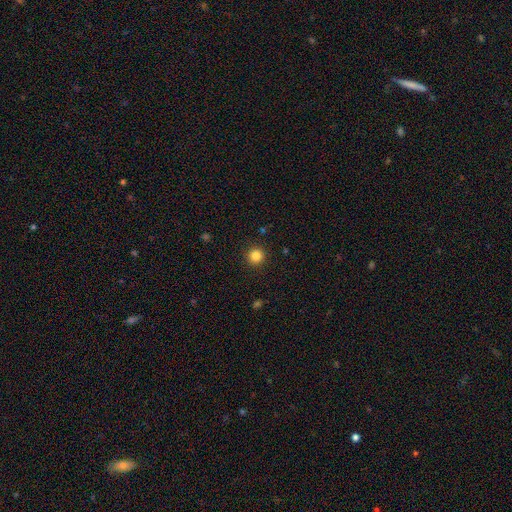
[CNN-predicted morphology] smooth-or-featured: smooth: 85% | star or artifact: 11% | featured or disk: 4%
  how-rounded: round: 96% | in between: 4% | cigar-shaped: 1%
  merging: none: 92% | minor disturbance: 5% | major disturbance: 2% | merger: 1%